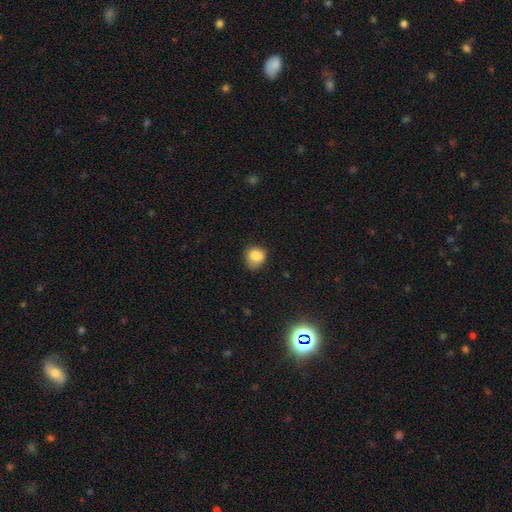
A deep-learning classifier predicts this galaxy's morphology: The model was most divided on "merging": none: 62%, minor disturbance: 29%, major disturbance: 7%, merger: 2%. More confident: smooth or featured — smooth (83%); how rounded — round (72%).